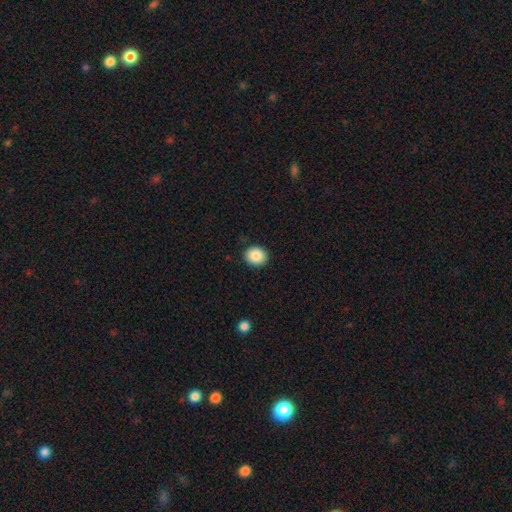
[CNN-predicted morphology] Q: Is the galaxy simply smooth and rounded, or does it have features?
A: smooth — 87%.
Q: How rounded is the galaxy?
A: round — 74%.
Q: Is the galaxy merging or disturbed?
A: none — 90%.